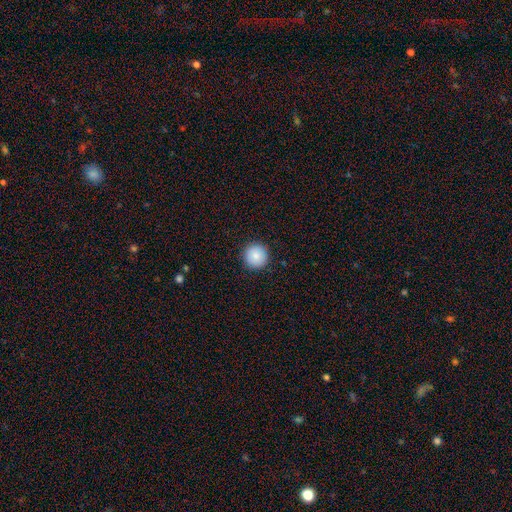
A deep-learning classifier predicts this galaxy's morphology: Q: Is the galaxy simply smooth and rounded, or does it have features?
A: smooth — 87%.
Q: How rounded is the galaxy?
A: round — 96%.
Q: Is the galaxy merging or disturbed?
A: none — 92%.